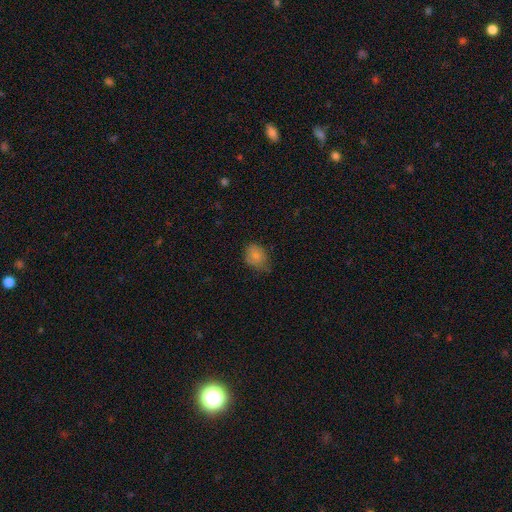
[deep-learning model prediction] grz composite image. It shows a smooth galaxy with no disk features (79%) that is in between round and cigar-shaped (50%). Merging: none (55%).